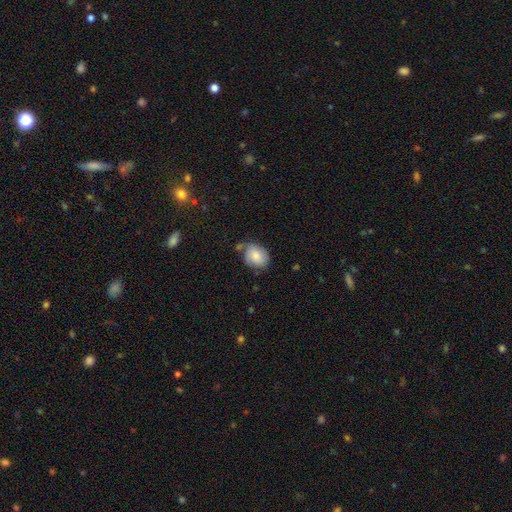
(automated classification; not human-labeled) Q: Smooth or featured?
A: smooth (72%); runner-up: featured or disk (21%)
Q: How rounded?
A: in between (65%); runner-up: round (34%)
Q: Merging?
A: none (49%); runner-up: minor disturbance (31%)